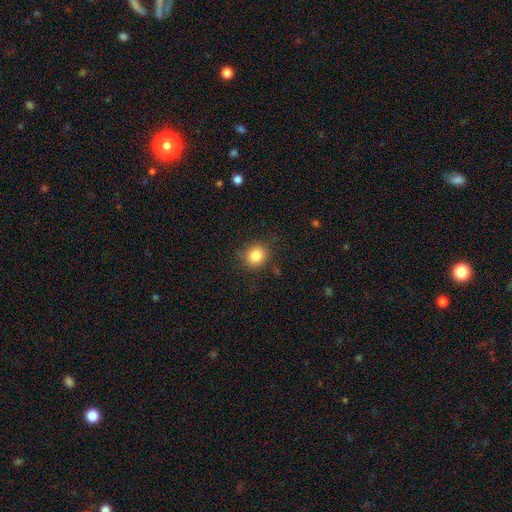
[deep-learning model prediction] Smooth or featured? Predicted: smooth (p=0.83). How rounded? Predicted: round (p=0.85). Merging? Predicted: none (p=0.84).